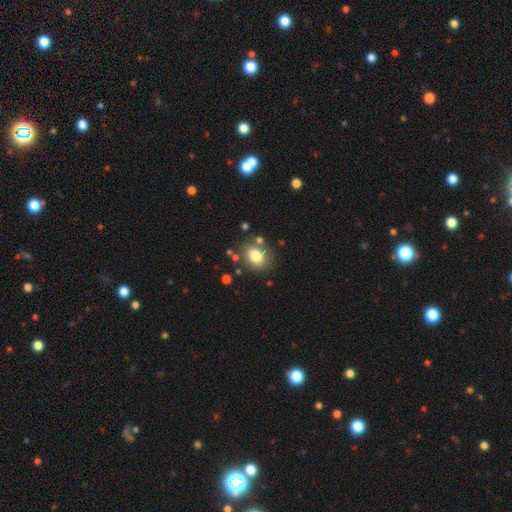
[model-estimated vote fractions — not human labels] The model was most divided on "how rounded": round: 50%, in between: 49%, cigar-shaped: 1%. More confident: smooth or featured — smooth (80%); merging — none (78%).